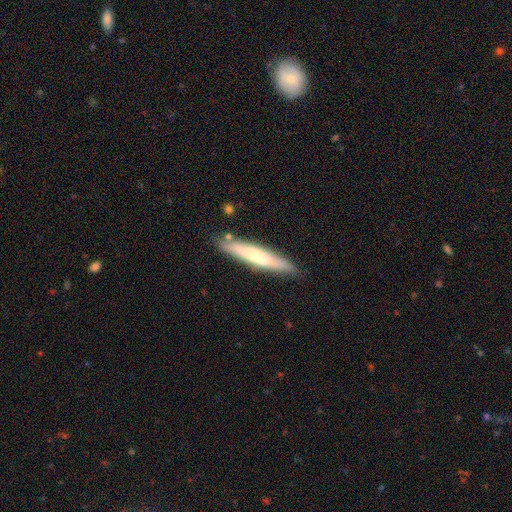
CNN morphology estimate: Smooth or featured: smooth — 55% (featured or disk — 39%)
How rounded: cigar-shaped — 91% (in between — 8%)
Merging: none — 83% (minor disturbance — 12%)